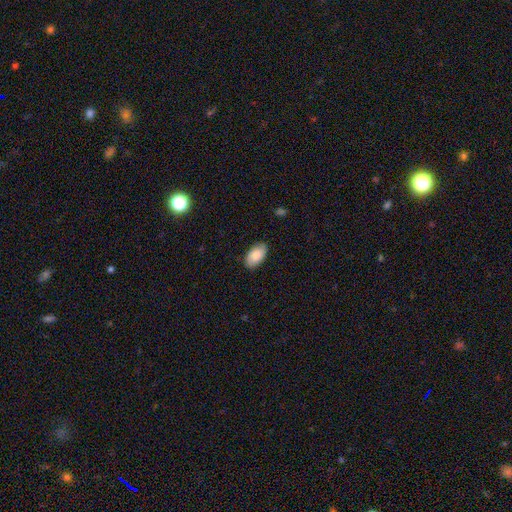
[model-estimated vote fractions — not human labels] Morphology: type=smooth (84%); roundness=in between (95%); merging=none (86%).